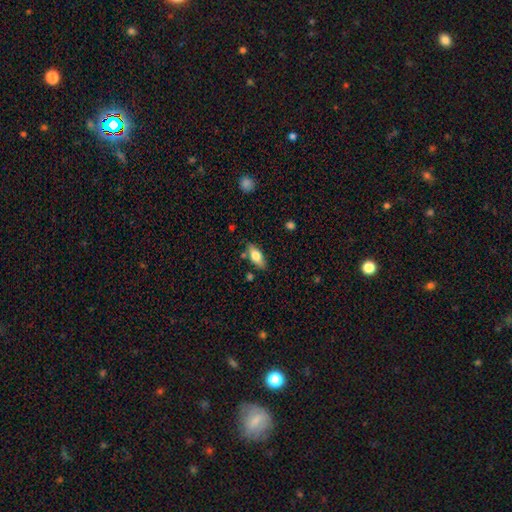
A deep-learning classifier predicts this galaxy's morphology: This appears to be a smooth galaxy with no disk features (70%) that is in between round and cigar-shaped (80%). Merging: none (80%).